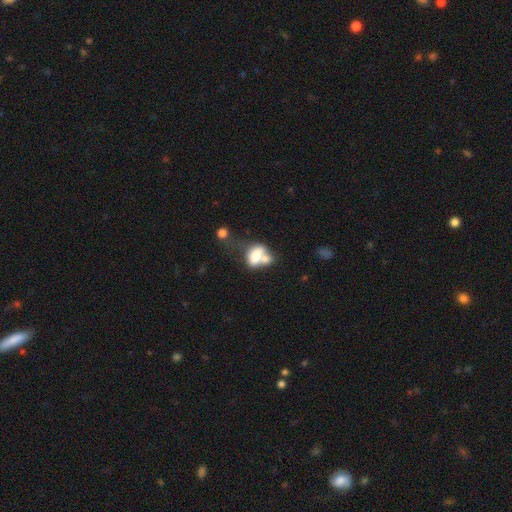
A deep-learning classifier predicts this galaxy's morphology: Smooth or featured? smooth (65%)
How rounded? in between (77%)
Merging? merger (62%)